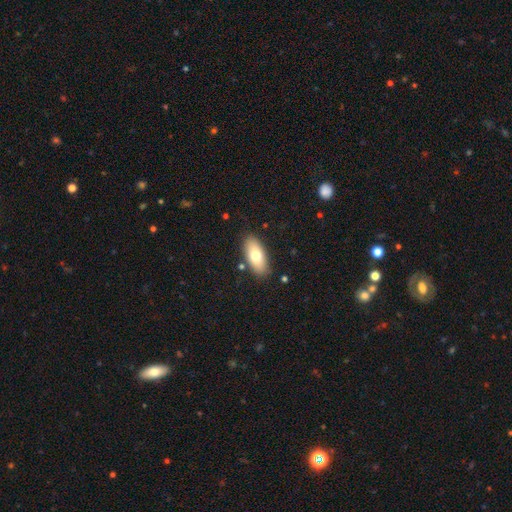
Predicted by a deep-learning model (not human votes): Morphology: type=smooth (72%); roundness=in between (87%); merging=none (85%).